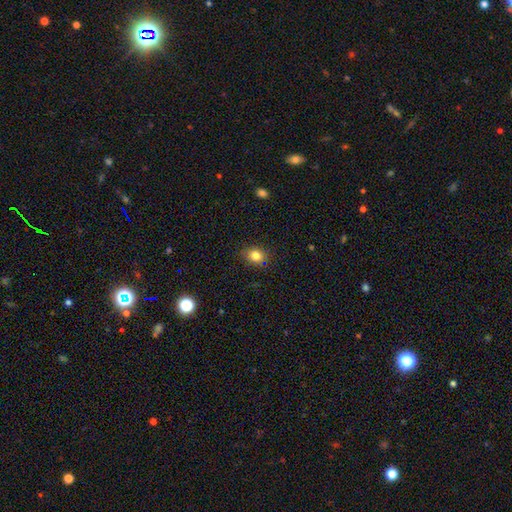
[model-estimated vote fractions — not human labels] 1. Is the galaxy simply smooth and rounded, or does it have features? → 82% smooth, 12% star or artifact, 6% featured or disk.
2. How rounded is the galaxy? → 59% round, 40% in between, 1% cigar-shaped.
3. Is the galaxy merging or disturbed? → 85% none, 11% minor disturbance, 2% major disturbance, 1% merger.